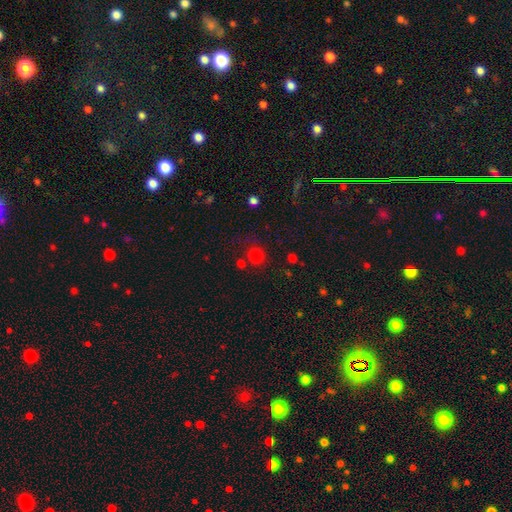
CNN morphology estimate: Smooth or featured?
  - smooth: 76% *
  - star or artifact: 18%
  - featured or disk: 5%
How rounded?
  - round: 88% *
  - in between: 11%
  - cigar-shaped: 1%
Merging?
  - none: 73% *
  - minor disturbance: 12%
  - merger: 10%
  - major disturbance: 6%